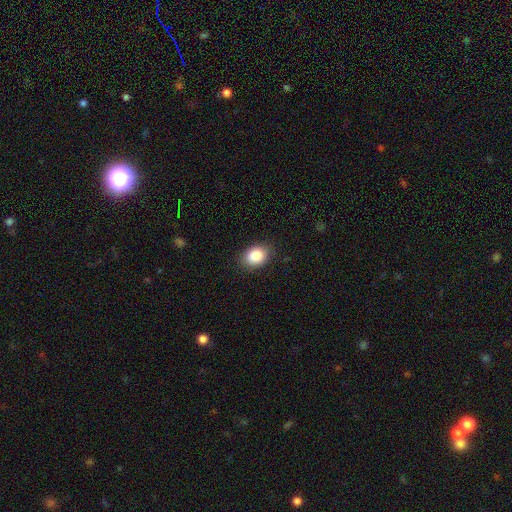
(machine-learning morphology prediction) type=smooth (86%); roundness=in between (71%); merging=none (86%).